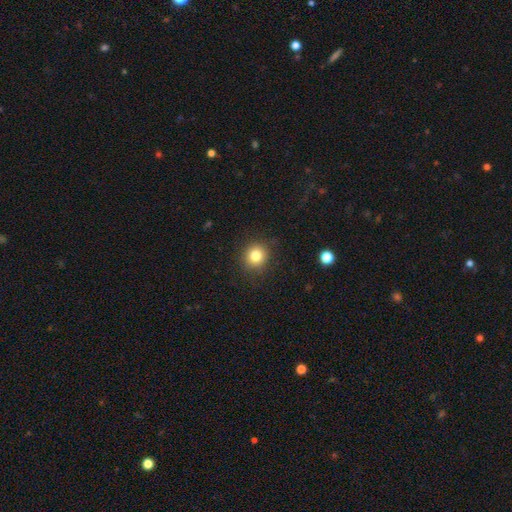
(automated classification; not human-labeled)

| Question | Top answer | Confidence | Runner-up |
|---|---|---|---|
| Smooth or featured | smooth | 81% | star or artifact (12%) |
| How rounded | round | 89% | in between (10%) |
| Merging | none | 89% | minor disturbance (8%) |